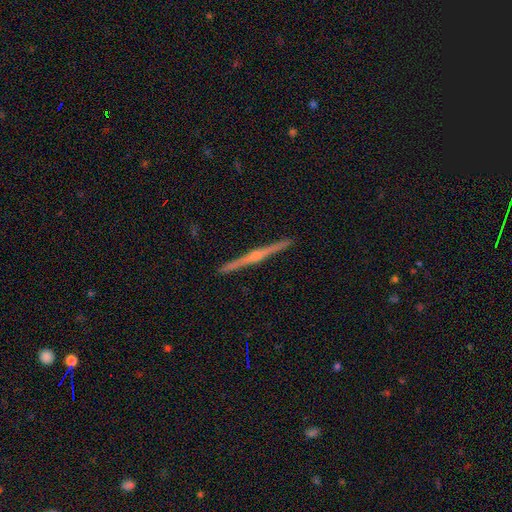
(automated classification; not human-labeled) Overall: featured or disk (80%). Edge-on disk: yes (98%). Edge-on bulge: rounded (76%). Merging: none (92%).